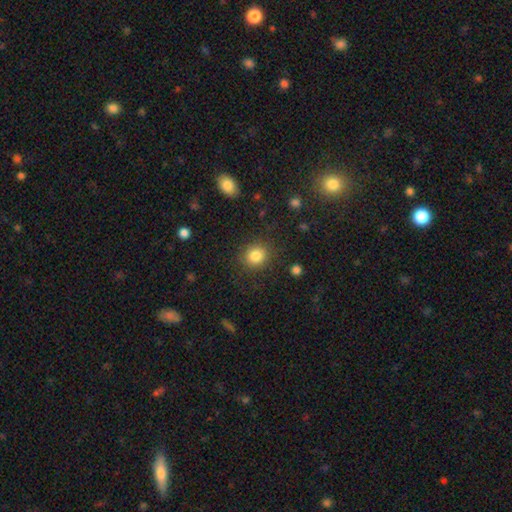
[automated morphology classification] This appears to be a smooth galaxy with no disk features (84%) that is round (86%). Merging: none (88%).